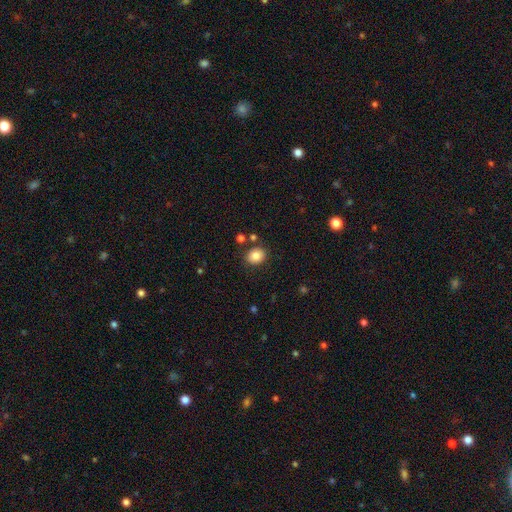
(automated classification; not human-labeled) Q: Smooth or featured?
A: smooth (84%); runner-up: star or artifact (10%)
Q: How rounded?
A: round (58%); runner-up: in between (41%)
Q: Merging?
A: none (83%); runner-up: minor disturbance (9%)